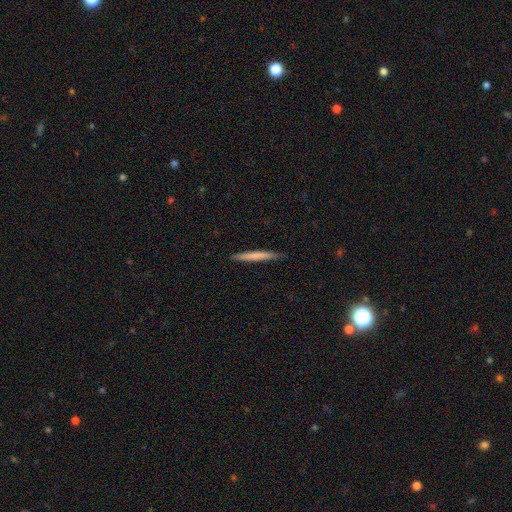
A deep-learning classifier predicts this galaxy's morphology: Smooth or featured? smooth (67%)
How rounded? cigar-shaped (97%)
Merging? none (89%)